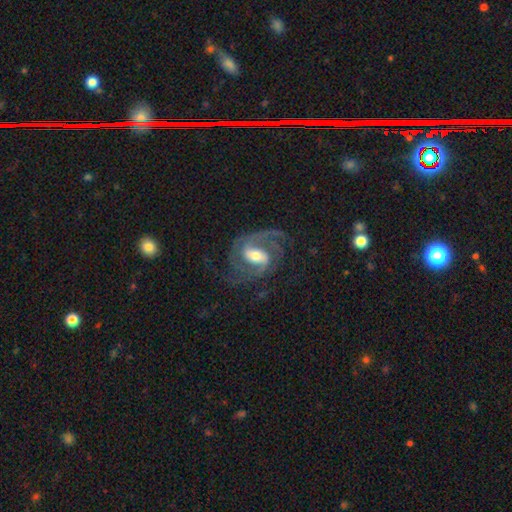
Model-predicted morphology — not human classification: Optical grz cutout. It shows a featured or disk galaxy (89%) with a weak bar (42%), 2 (63%) medium (52%) spiral arms (97%) and a moderate central bulge (61%). Merging: none (65%).